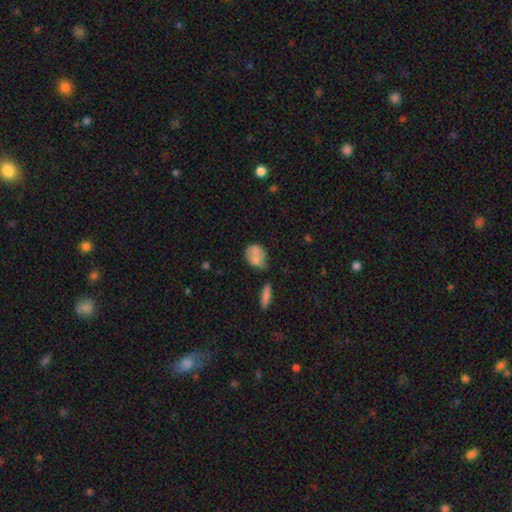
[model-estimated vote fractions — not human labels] Smooth or featured: smooth — 73% (featured or disk — 18%)
How rounded: in between — 65% (round — 33%)
Merging: none — 41% (minor disturbance — 29%)